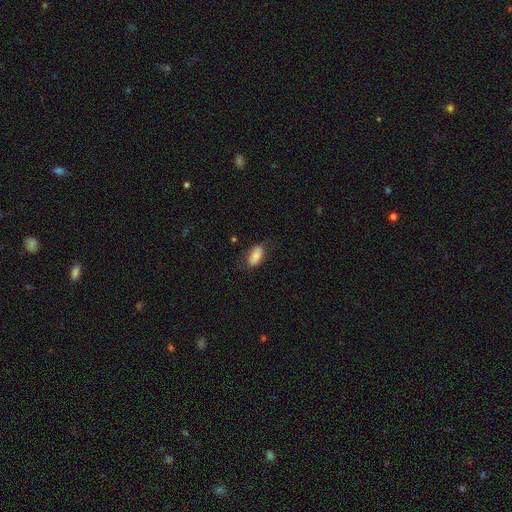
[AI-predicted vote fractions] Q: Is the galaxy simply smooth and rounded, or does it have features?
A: smooth — 84%.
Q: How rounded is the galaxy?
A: in between — 92%.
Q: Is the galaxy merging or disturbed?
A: none — 73%.